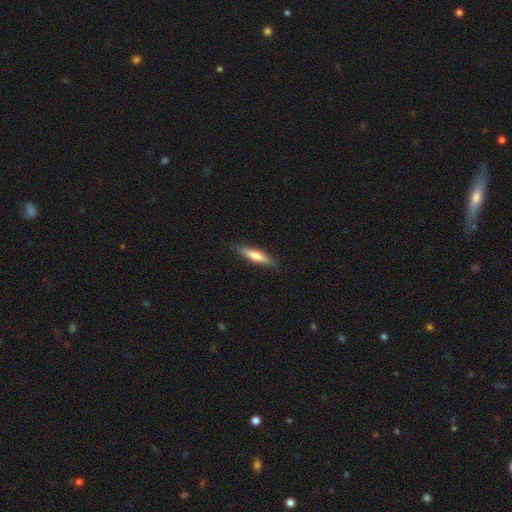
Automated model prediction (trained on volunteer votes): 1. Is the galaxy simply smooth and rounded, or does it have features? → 59% smooth, 35% featured or disk, 5% star or artifact.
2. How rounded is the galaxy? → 83% cigar-shaped, 16% in between, 2% round.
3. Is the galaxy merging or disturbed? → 87% none, 10% minor disturbance, 2% major disturbance, 1% merger.